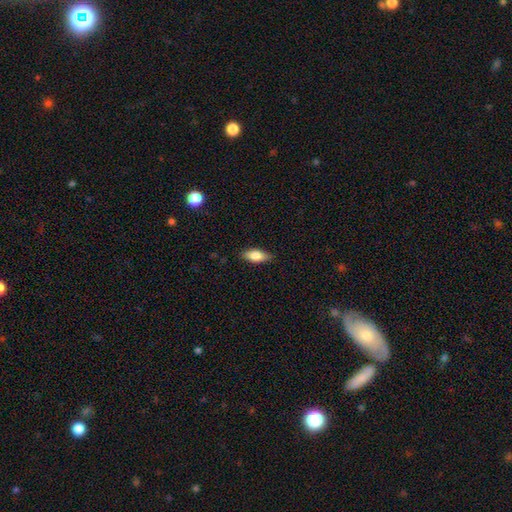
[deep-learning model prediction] smooth-or-featured: smooth: 80% | featured or disk: 13% | star or artifact: 7%
  how-rounded: in between: 83% | cigar-shaped: 14% | round: 3%
  merging: none: 85% | minor disturbance: 12% | major disturbance: 2% | merger: 1%